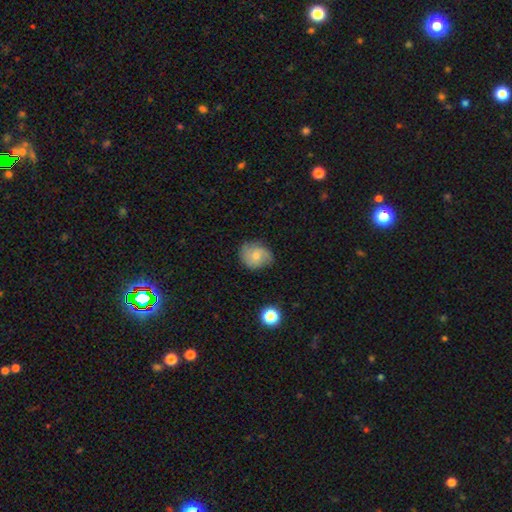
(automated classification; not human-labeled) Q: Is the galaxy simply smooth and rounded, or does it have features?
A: smooth — 50%.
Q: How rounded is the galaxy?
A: round — 62%.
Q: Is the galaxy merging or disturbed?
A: none — 67%.